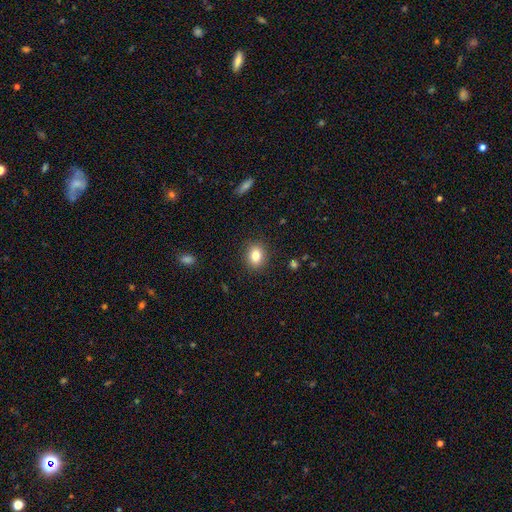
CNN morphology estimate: smooth 82%, star or artifact 10%, featured or disk 8%. Down the decision tree: how rounded — round (53%); merging — none (89%).